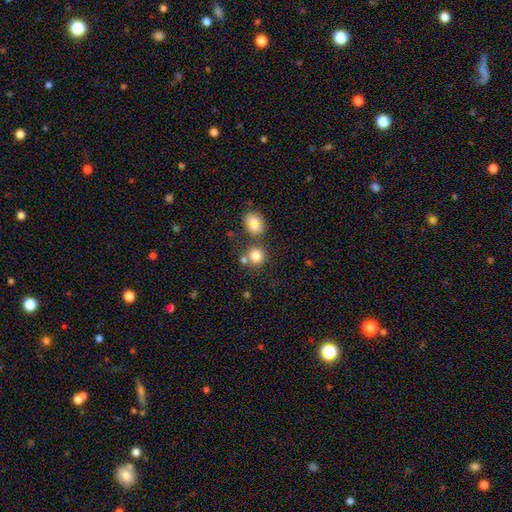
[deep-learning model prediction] A smooth galaxy with no disk features (80%) that is round (88%).

Vote fractions:
- Smooth or featured? smooth: 80% / star or artifact: 13% / featured or disk: 8%
- How rounded? round: 88% / in between: 11% / cigar-shaped: 1%
- Merging? none: 63% / merger: 24% / minor disturbance: 9% / major disturbance: 4%